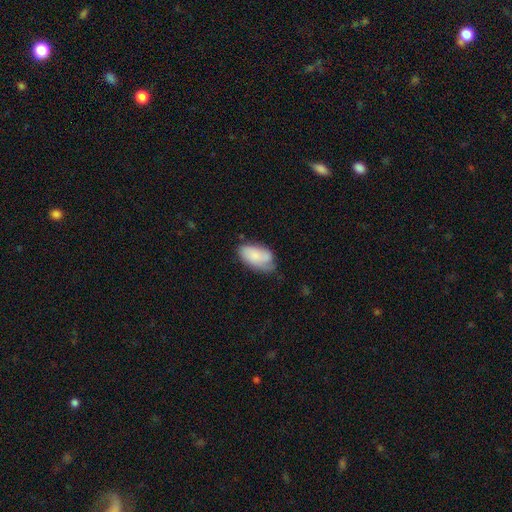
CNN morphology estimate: type=smooth (72%); roundness=in between (94%); merging=none (47%).